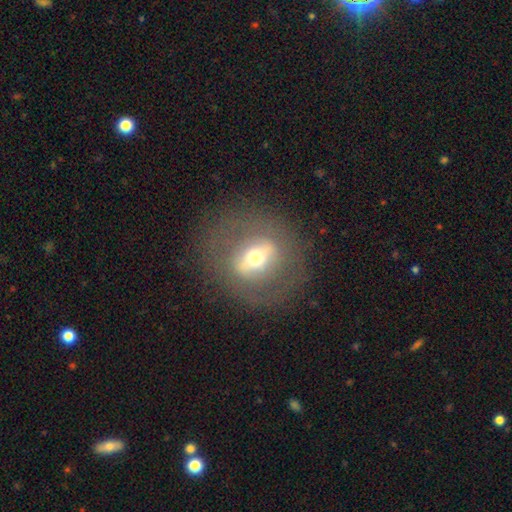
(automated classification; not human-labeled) A featured or disk galaxy (57%). Merging: none (81%).